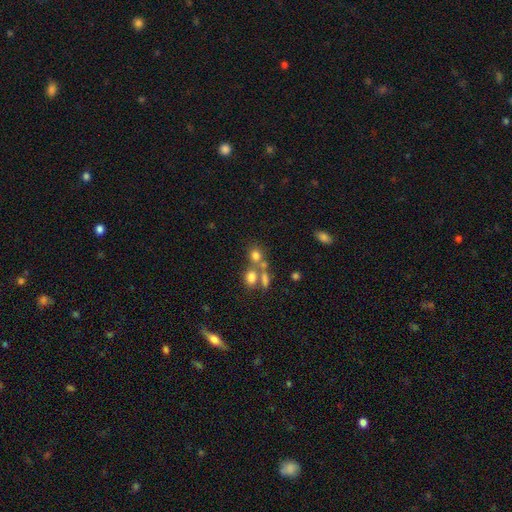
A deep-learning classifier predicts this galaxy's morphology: This is likely a smooth galaxy (70%). How rounded: likely round (68%). Merging: marginally none (44%).